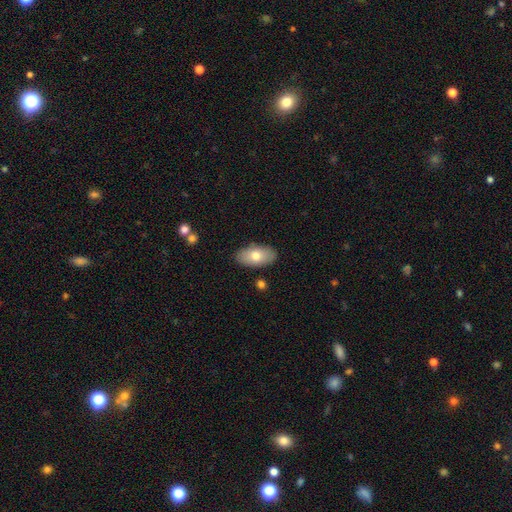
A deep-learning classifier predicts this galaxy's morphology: smooth 73%, featured or disk 20%, star or artifact 6%. Down the decision tree: how rounded — in between (94%); merging — none (86%).